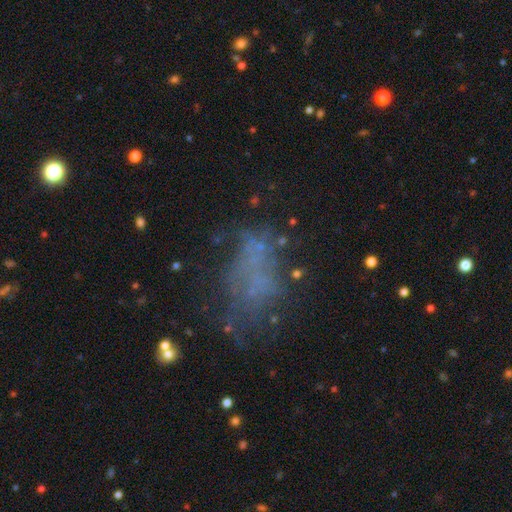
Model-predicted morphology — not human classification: This is marginally a featured or disk galaxy (38%). Merging: marginally none (45%).